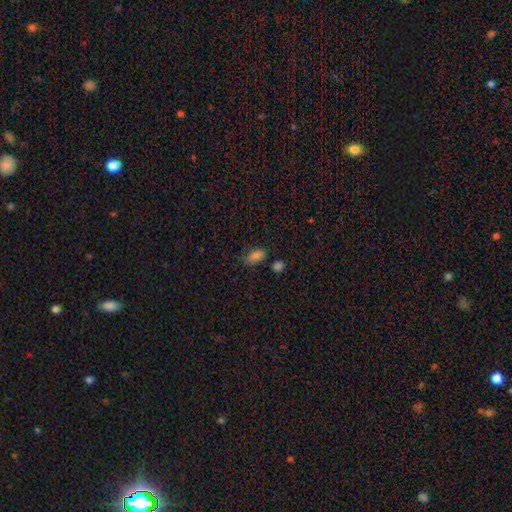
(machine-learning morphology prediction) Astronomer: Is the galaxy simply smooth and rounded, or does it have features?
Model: smooth — 81%.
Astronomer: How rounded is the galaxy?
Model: in between — 89%.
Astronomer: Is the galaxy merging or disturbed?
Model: none — 69%.